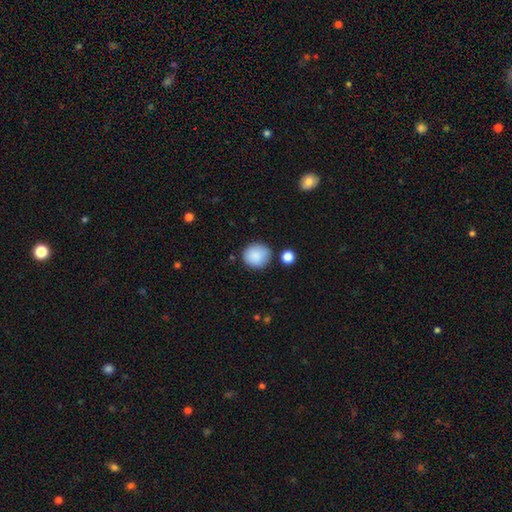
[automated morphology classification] smooth 88%, star or artifact 8%, featured or disk 4%. Down the decision tree: how rounded — round (89%); merging — none (81%).